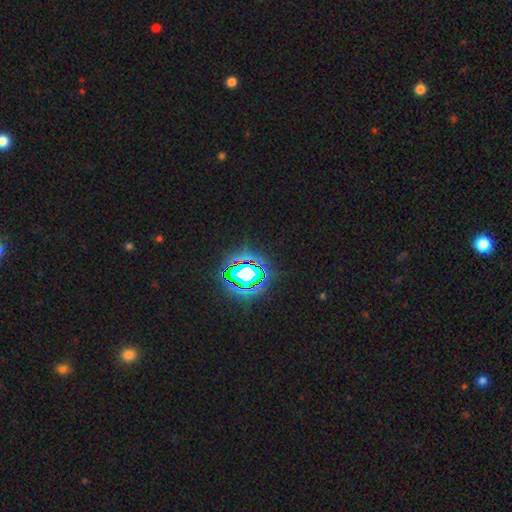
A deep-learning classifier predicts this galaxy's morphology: The model was most divided on "smooth or featured": star or artifact: 82%, smooth: 12%, featured or disk: 7%.